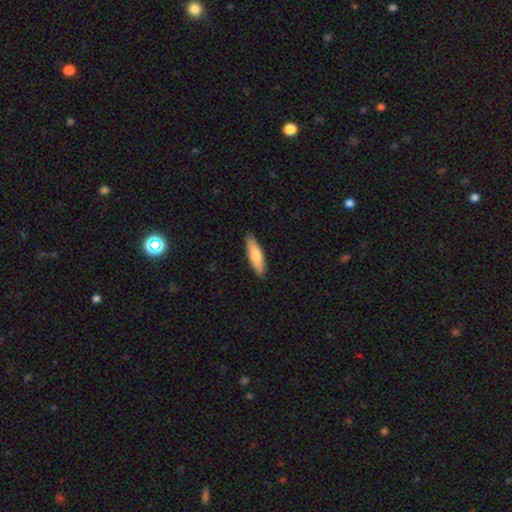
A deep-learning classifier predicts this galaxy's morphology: A smooth galaxy with no disk features (77%) that is cigar-shaped (63%).

Vote fractions:
- Smooth or featured? smooth: 77% / featured or disk: 18% / star or artifact: 5%
- How rounded? cigar-shaped: 63% / in between: 35% / round: 1%
- Merging? none: 88% / minor disturbance: 9% / major disturbance: 2% / merger: 1%